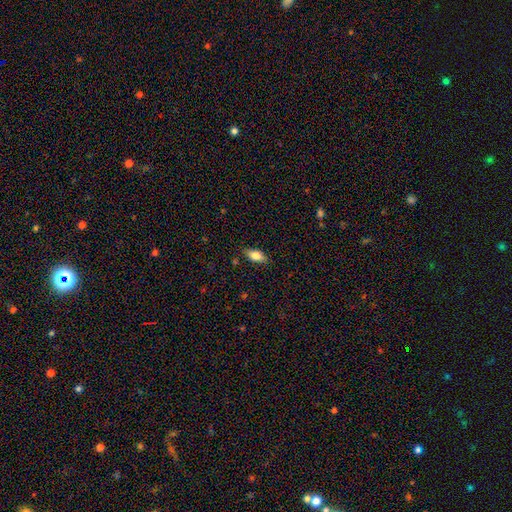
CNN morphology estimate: This is clearly a smooth galaxy (80%). How rounded: clearly in between (86%). Merging: clearly none (85%).